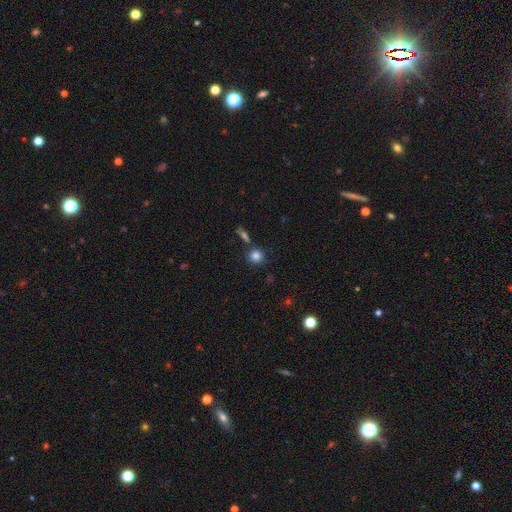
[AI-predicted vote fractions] Smooth or featured?
  - smooth: 83% *
  - star or artifact: 11%
  - featured or disk: 6%
How rounded?
  - round: 88% *
  - in between: 10%
  - cigar-shaped: 1%
Merging?
  - none: 77% *
  - merger: 10%
  - minor disturbance: 10%
  - major disturbance: 3%